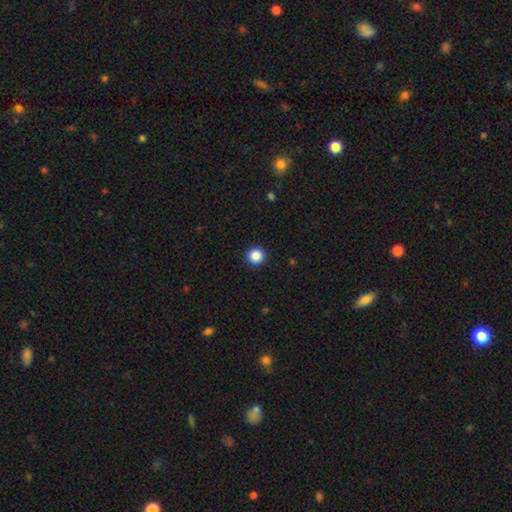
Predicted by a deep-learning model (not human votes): A smooth galaxy with no disk features (87%) that is round (96%). Merging: none (93%).